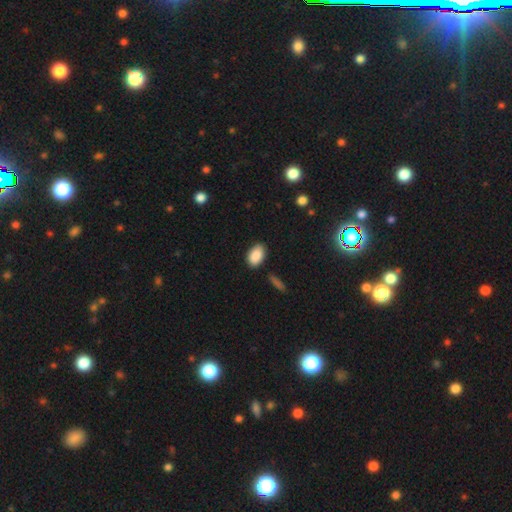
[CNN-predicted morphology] Q: Smooth or featured?
A: smooth (89%); runner-up: star or artifact (7%)
Q: How rounded?
A: in between (91%); runner-up: round (7%)
Q: Merging?
A: none (84%); runner-up: minor disturbance (11%)